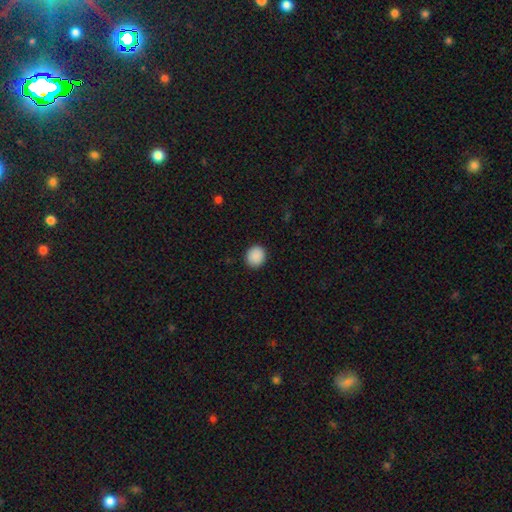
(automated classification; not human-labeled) Overall: smooth (90%). How rounded: round (78%). Merging: none (91%).